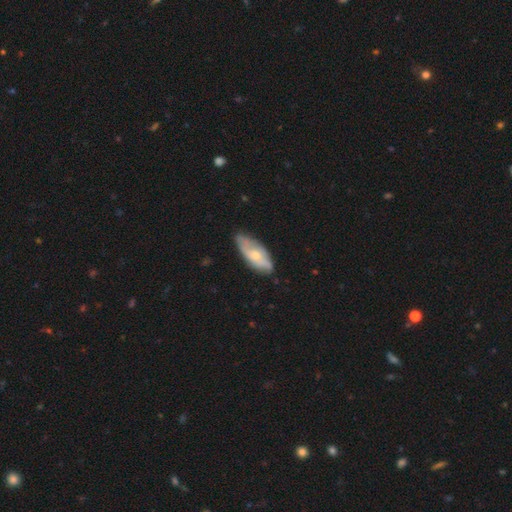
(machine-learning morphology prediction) Smooth or featured? Predicted: featured or disk (p=0.49). Merging? Predicted: none (p=0.64).